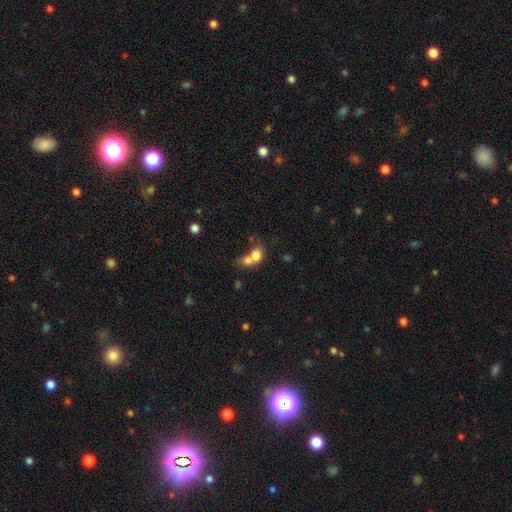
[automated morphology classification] Q: Smooth or featured?
A: smooth (73%); runner-up: featured or disk (17%)
Q: How rounded?
A: round (50%); runner-up: in between (49%)
Q: Merging?
A: merger (70%); runner-up: none (18%)